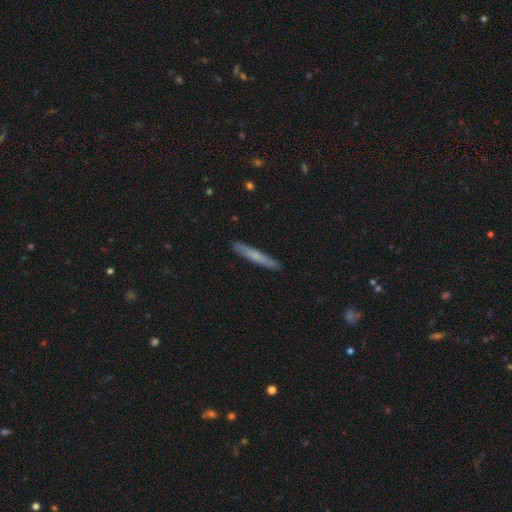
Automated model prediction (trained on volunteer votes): Smooth or featured? Predicted: smooth (p=0.61). How rounded? Predicted: cigar-shaped (p=0.95). Merging? Predicted: none (p=0.90).